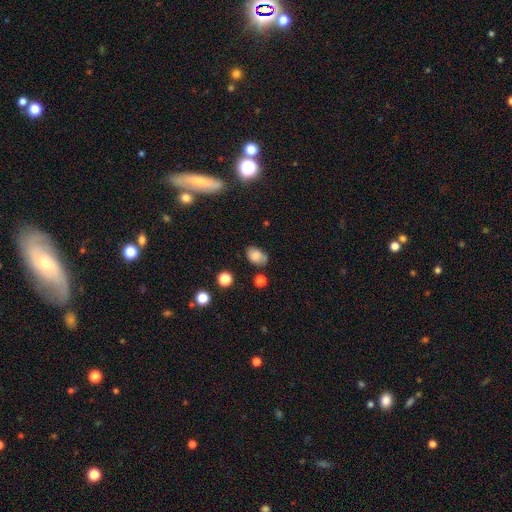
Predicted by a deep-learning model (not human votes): A smooth galaxy with no disk features (80%) that is in between round and cigar-shaped (83%).

Vote fractions:
- Smooth or featured? smooth: 80% / star or artifact: 11% / featured or disk: 9%
- How rounded? in between: 83% / round: 15% / cigar-shaped: 1%
- Merging? none: 67% / minor disturbance: 23% / major disturbance: 5% / merger: 4%